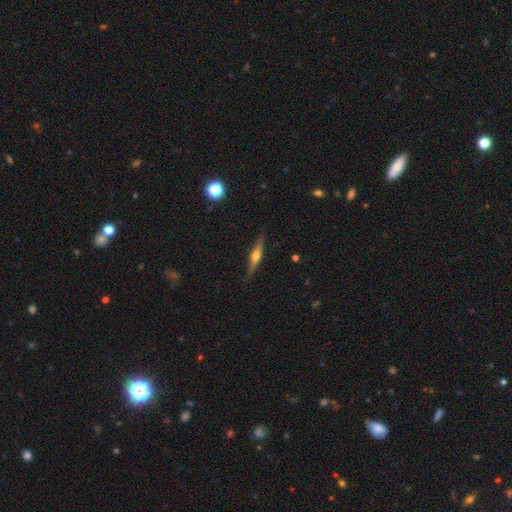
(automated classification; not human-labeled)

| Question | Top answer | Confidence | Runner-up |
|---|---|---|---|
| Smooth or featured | featured or disk | 69% | smooth (24%) |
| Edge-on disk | yes | 97% | no (3%) |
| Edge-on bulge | rounded | 91% | boxy (5%) |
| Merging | none | 88% | minor disturbance (9%) |